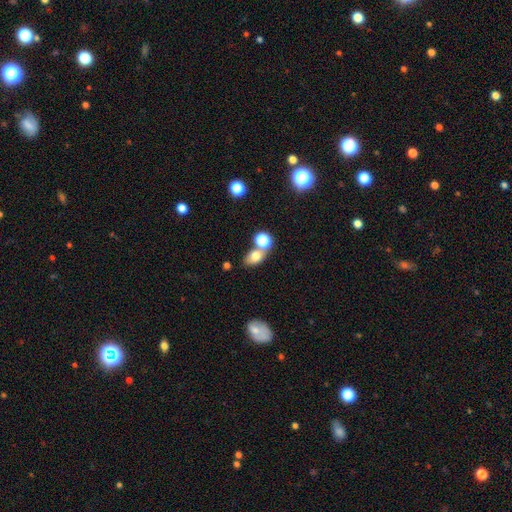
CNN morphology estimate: A smooth galaxy with no disk features (75%) that is in between round and cigar-shaped (74%). Merging: none (50%).